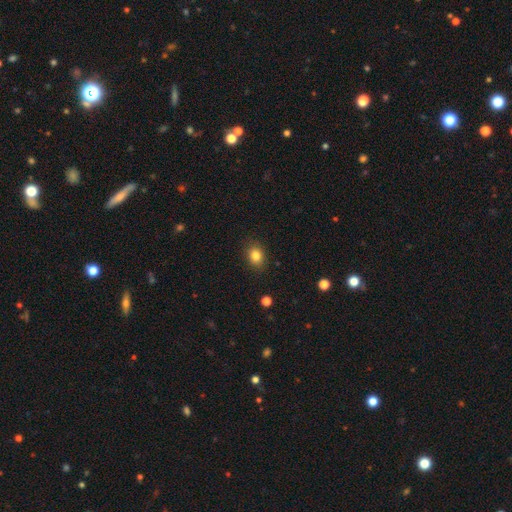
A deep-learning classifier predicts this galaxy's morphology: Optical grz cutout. It shows a smooth galaxy with no disk features (83%) that is in between round and cigar-shaped (59%). Merging: none (86%).